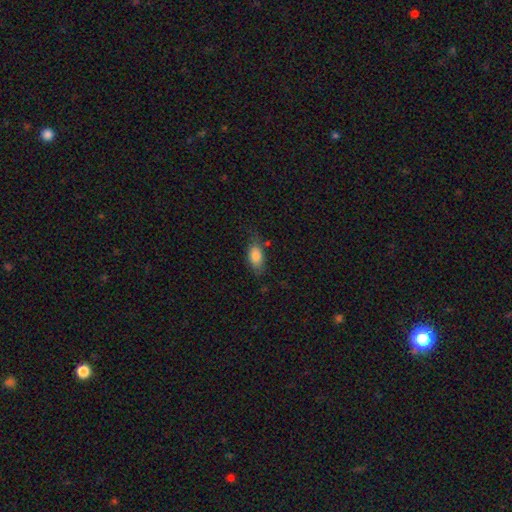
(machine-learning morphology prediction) smooth-or-featured: smooth: 82% | featured or disk: 11% | star or artifact: 7%
  how-rounded: in between: 87% | cigar-shaped: 9% | round: 4%
  merging: none: 63% | minor disturbance: 25% | major disturbance: 9% | merger: 3%